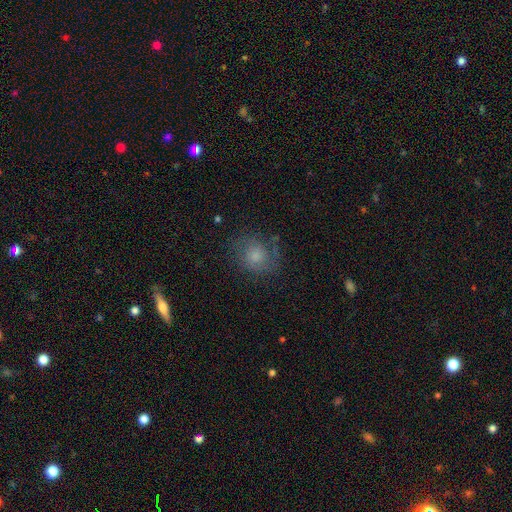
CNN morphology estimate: Smooth or featured? Predicted: smooth (p=0.53). How rounded? Predicted: round (p=0.70). Merging? Predicted: none (p=0.66).